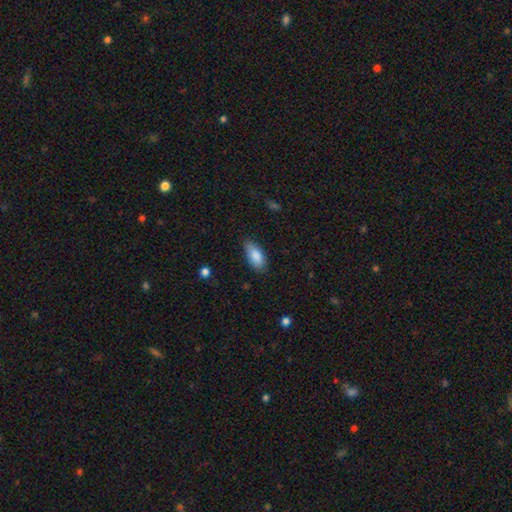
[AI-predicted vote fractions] smooth-or-featured: smooth: 86% | featured or disk: 8% | star or artifact: 6%
  how-rounded: in between: 86% | cigar-shaped: 11% | round: 2%
  merging: none: 75% | minor disturbance: 20% | major disturbance: 4% | merger: 1%